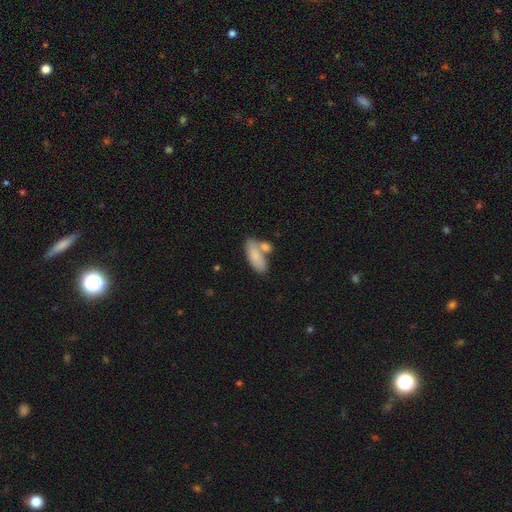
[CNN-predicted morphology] The model was most divided on "merging": none: 51%, merger: 31%, minor disturbance: 14%, major disturbance: 4%. More confident: smooth or featured — smooth (82%); how rounded — in between (80%).